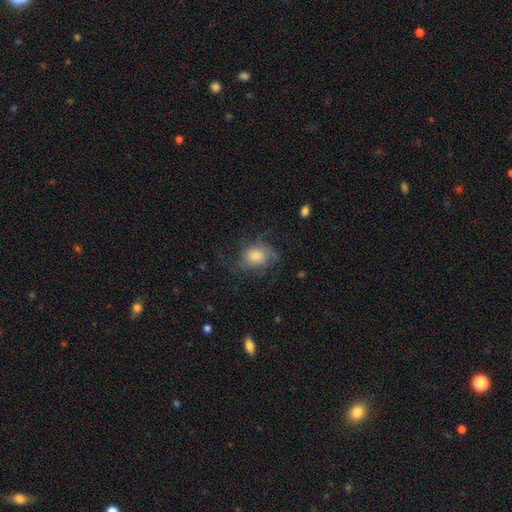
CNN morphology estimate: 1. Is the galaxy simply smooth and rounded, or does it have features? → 59% featured or disk, 30% smooth, 11% star or artifact.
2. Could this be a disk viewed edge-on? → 96% no, 4% yes.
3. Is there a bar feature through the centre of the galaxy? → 74% no, 22% weak, 3% strong.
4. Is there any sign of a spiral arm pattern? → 87% yes, 13% no.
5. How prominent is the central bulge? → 45% moderate, 23% large, 22% small, 5% none, 4% dominant.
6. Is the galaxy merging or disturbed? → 57% none, 22% major disturbance, 20% minor disturbance, 1% merger.